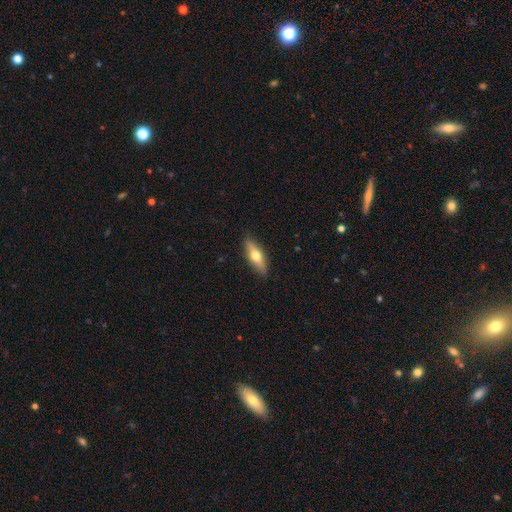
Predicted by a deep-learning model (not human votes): The model was most divided on "smooth or featured": smooth: 49%, featured or disk: 45%, star or artifact: 6%. More confident: merging — none (89%).